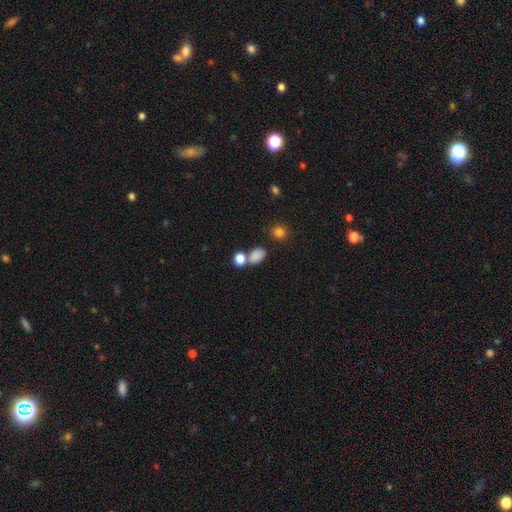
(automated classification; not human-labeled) smooth 83%, star or artifact 11%, featured or disk 5%. Down the decision tree: how rounded — in between (78%); merging — none (57%).